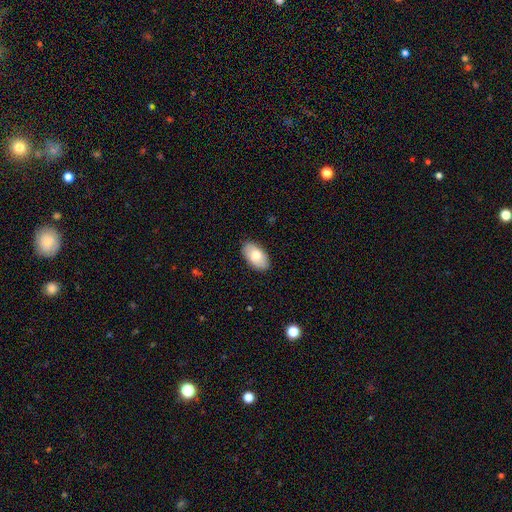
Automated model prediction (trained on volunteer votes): Q: Smooth or featured?
A: smooth (77%); runner-up: featured or disk (17%)
Q: How rounded?
A: in between (95%); runner-up: round (4%)
Q: Merging?
A: none (88%); runner-up: minor disturbance (9%)